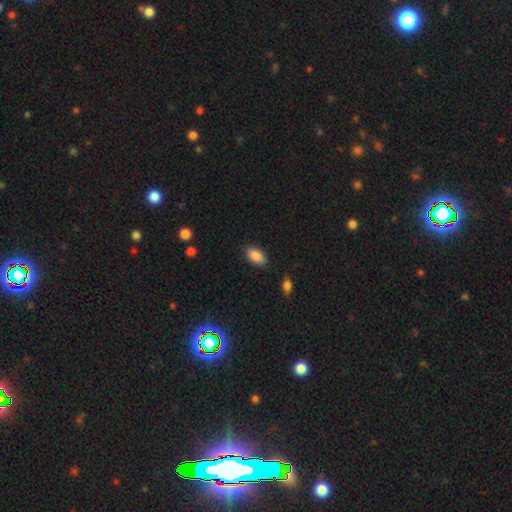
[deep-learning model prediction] Overall: smooth (88%). How rounded: in between (93%). Merging: none (86%).